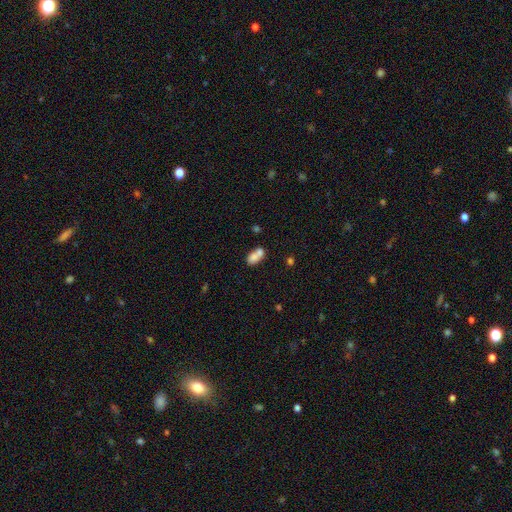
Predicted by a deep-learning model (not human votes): Overall: smooth (74%). How rounded: in between (82%). Merging: merger (55%; none 29%).